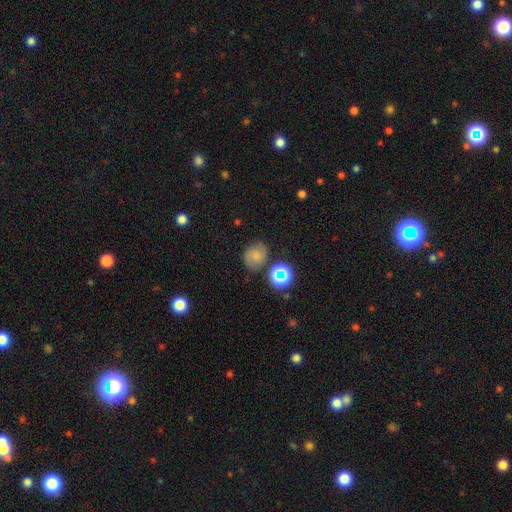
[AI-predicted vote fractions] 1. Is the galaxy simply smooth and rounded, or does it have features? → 55% smooth, 28% featured or disk, 18% star or artifact.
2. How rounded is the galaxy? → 62% round, 37% in between, 1% cigar-shaped.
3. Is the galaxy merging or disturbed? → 69% none, 19% minor disturbance, 6% merger, 6% major disturbance.